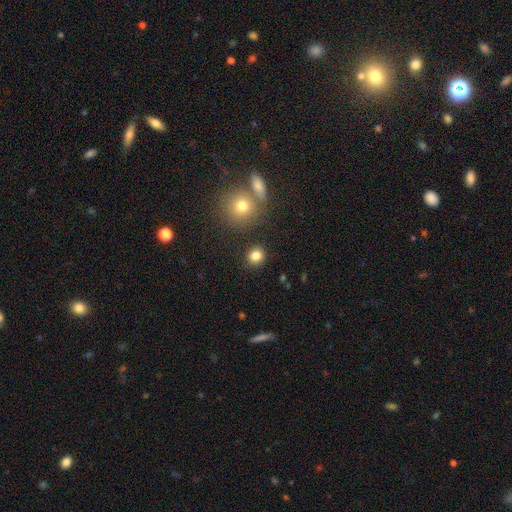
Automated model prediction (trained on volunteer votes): smooth 83%, star or artifact 12%, featured or disk 5%. Down the decision tree: how rounded — round (84%); merging — none (87%).